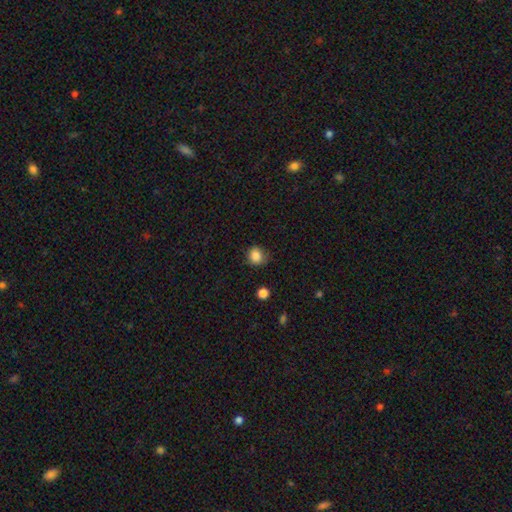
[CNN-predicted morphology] Overall: smooth (85%). How rounded: round (80%). Merging: none (73%).